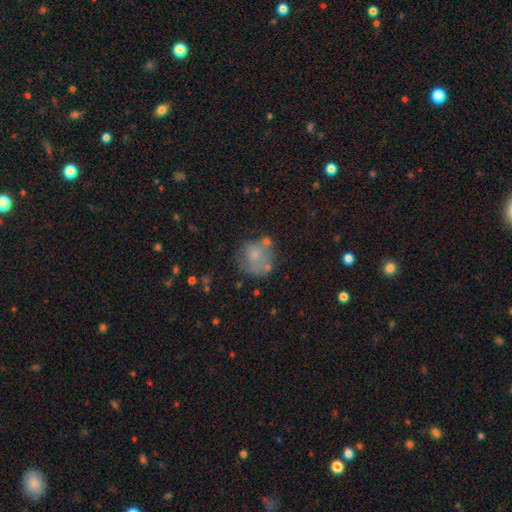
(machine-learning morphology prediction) This appears to be a smooth galaxy with no disk features (66%) that is round (85%). Merging: none (54%).